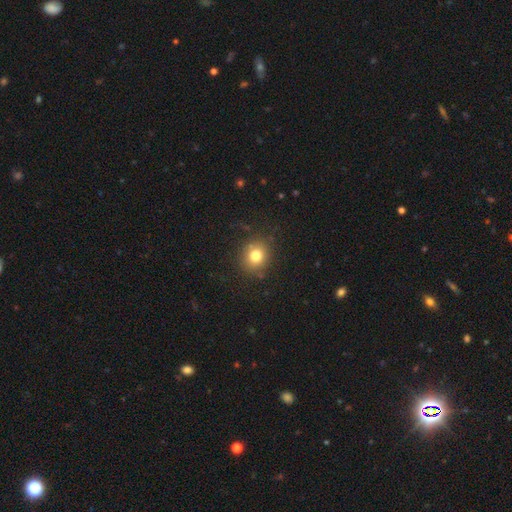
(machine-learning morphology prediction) Q: Smooth or featured?
A: smooth (79%); runner-up: star or artifact (12%)
Q: How rounded?
A: round (79%); runner-up: in between (20%)
Q: Merging?
A: none (85%); runner-up: minor disturbance (10%)